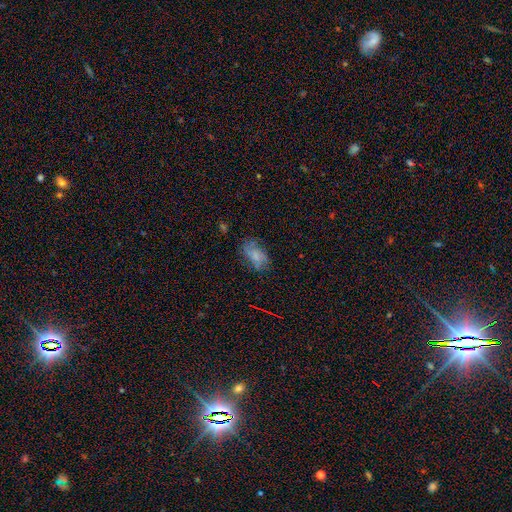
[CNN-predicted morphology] The model was most divided on "smooth or featured": smooth: 58%, featured or disk: 29%, star or artifact: 13%. More confident: how rounded — in between (89%); merging — none (62%).